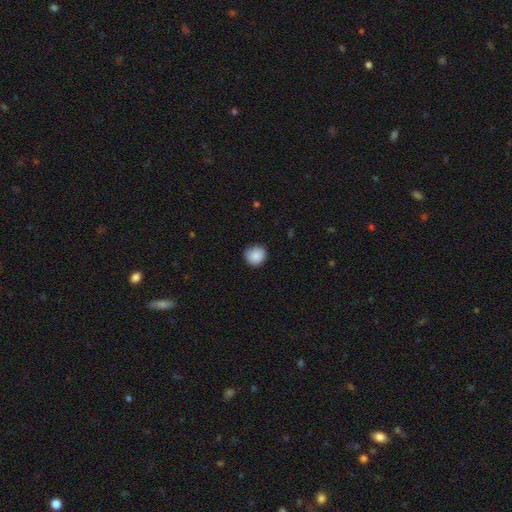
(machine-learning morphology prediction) Overall: smooth (87%). How rounded: round (90%). Merging: none (79%).